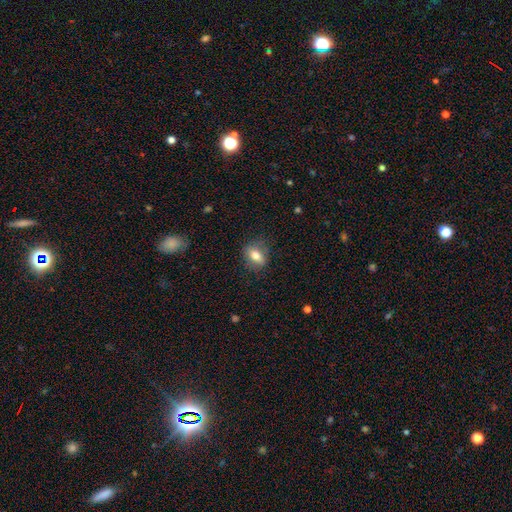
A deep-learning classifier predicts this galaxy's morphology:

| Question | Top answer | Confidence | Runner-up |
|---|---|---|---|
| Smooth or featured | smooth | 72% | featured or disk (20%) |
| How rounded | in between | 70% | round (24%) |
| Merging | none | 78% | minor disturbance (16%) |